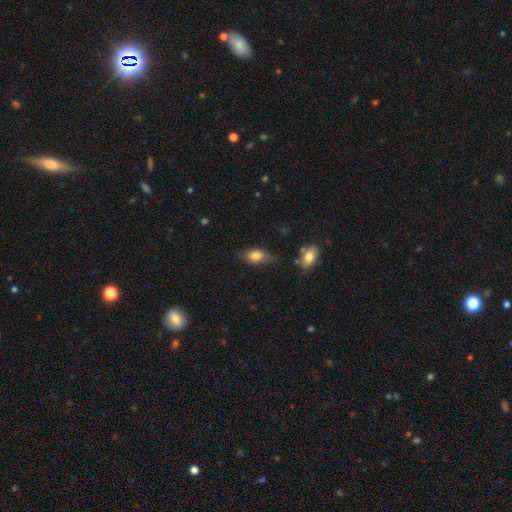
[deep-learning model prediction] Smooth or featured? Predicted: smooth (p=0.71). How rounded? Predicted: in between (p=0.82). Merging? Predicted: none (p=0.66).